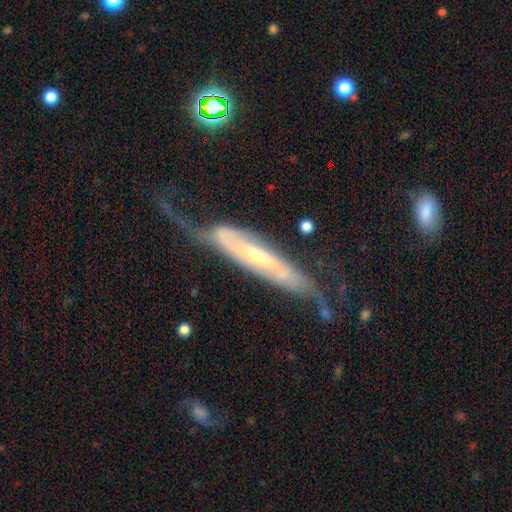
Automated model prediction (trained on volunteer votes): Overall: featured or disk (81%). Edge-on disk: no (61%; yes 39%). Merging: none (48%; major disturbance 24%).